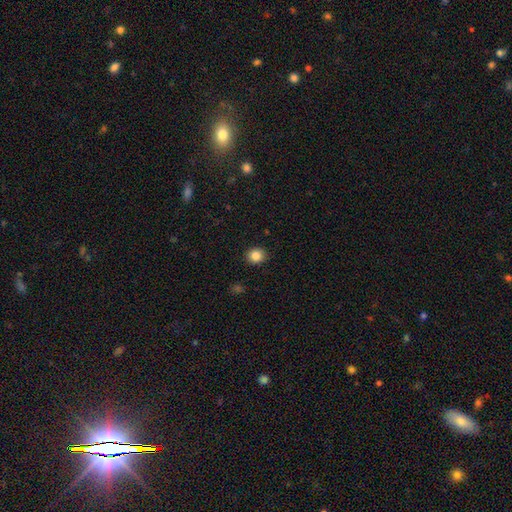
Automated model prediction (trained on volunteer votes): This appears to be a smooth galaxy with no disk features (86%) that is round (80%). Merging: none (91%).